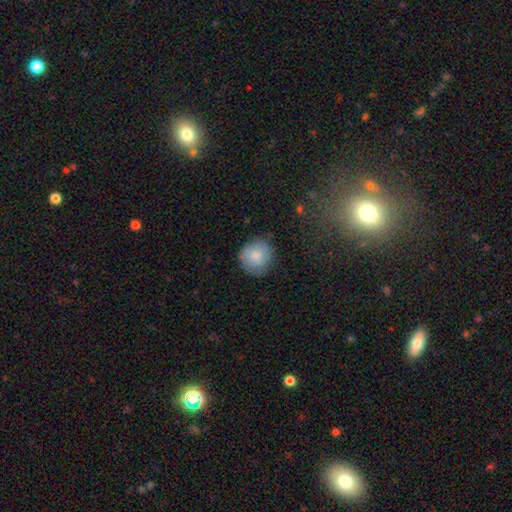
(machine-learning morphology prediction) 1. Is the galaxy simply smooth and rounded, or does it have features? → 76% smooth, 17% featured or disk, 7% star or artifact.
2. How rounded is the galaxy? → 90% round, 9% in between, 1% cigar-shaped.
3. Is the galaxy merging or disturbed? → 78% none, 17% minor disturbance, 4% major disturbance, 1% merger.